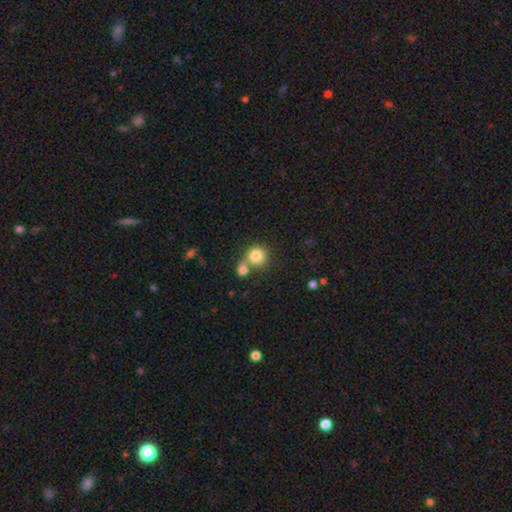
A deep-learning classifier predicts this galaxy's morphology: A smooth galaxy with no disk features (83%) that is round (89%).

Vote fractions:
- Smooth or featured? smooth: 83% / star or artifact: 10% / featured or disk: 8%
- How rounded? round: 89% / in between: 10% / cigar-shaped: 1%
- Merging? none: 48% / merger: 40% / minor disturbance: 8% / major disturbance: 4%